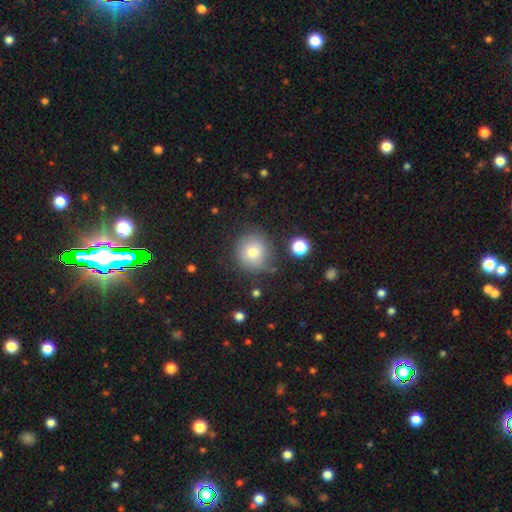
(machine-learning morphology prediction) This appears to be a smooth galaxy with no disk features (73%) that is round (90%). Merging: none (82%).